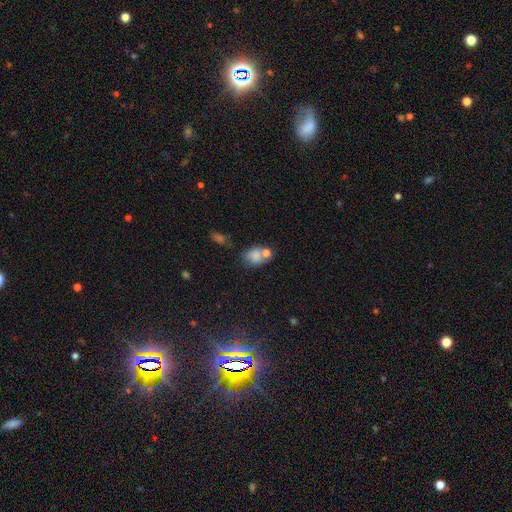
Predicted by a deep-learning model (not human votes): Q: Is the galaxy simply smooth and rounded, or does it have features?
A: smooth — 75%.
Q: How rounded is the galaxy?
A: in between — 64%.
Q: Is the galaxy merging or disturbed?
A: none — 40%.